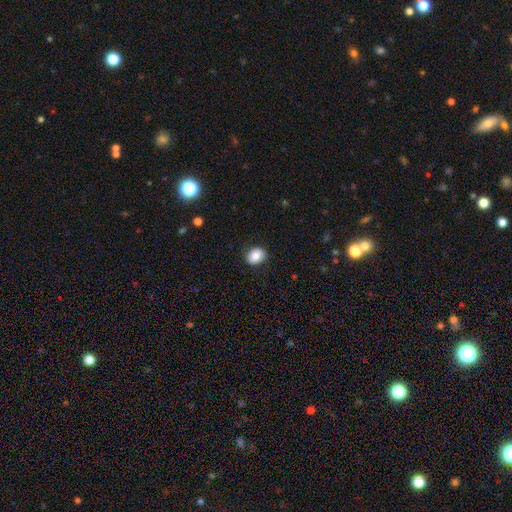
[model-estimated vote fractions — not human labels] Overall: smooth (84%). How rounded: round (56%; in between 43%). Merging: none (88%).